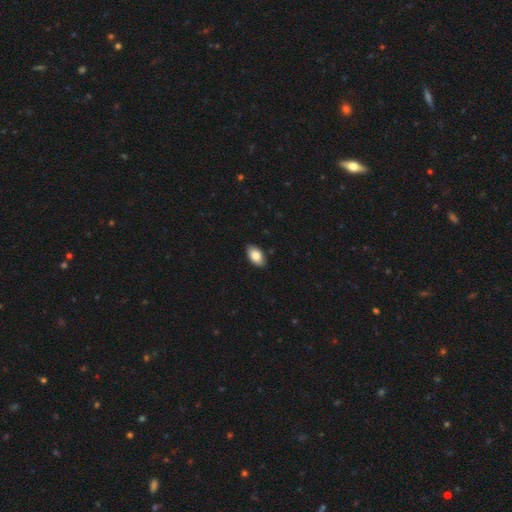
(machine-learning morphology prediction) Smooth or featured: smooth — 85% (featured or disk — 9%)
How rounded: in between — 94% (round — 5%)
Merging: none — 86% (minor disturbance — 11%)